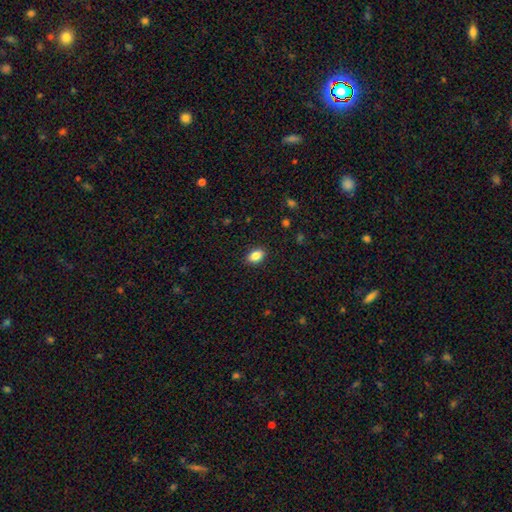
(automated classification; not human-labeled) The model was most divided on "how rounded": in between: 85%, round: 14%, cigar-shaped: 2%. More confident: merging — none (89%); smooth or featured — smooth (86%).